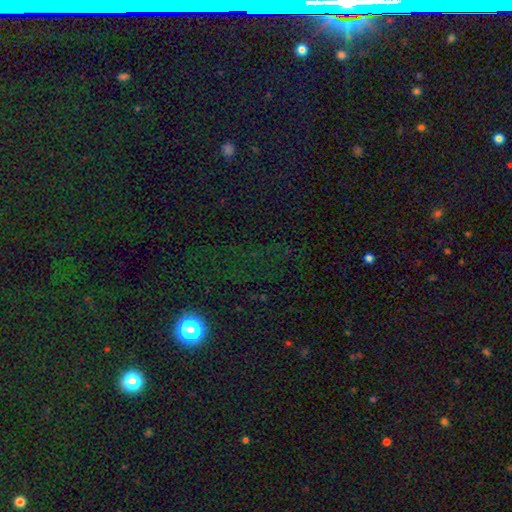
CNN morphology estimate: Smooth or featured? Predicted: star or artifact (p=0.76).